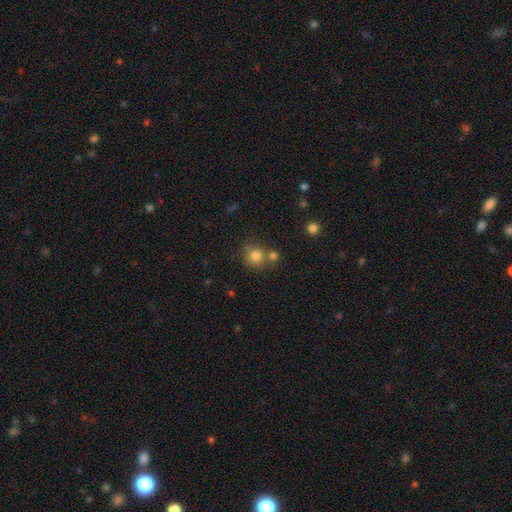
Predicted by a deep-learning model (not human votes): Smooth or featured: smooth — 79% (star or artifact — 13%)
How rounded: round — 87% (in between — 12%)
Merging: none — 60% (merger — 26%)